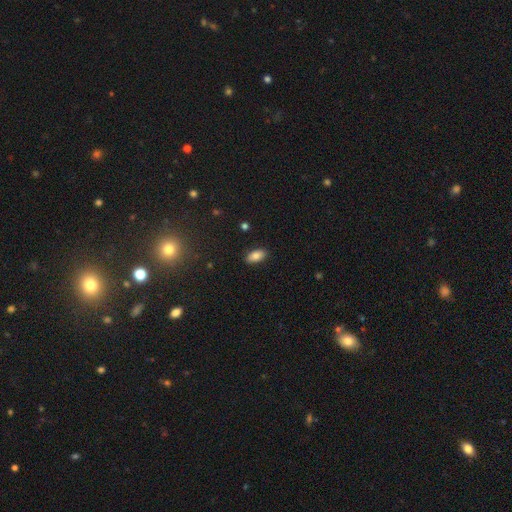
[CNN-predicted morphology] This appears to be a smooth galaxy with no disk features (81%) that is in between round and cigar-shaped (92%). Merging: none (88%).